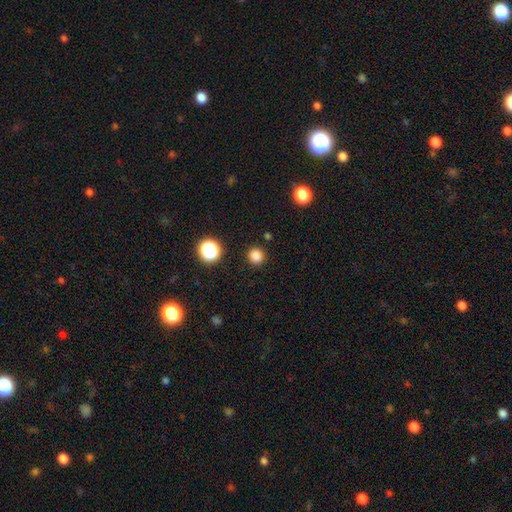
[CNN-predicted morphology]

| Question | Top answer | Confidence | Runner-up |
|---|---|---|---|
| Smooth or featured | smooth | 83% | star or artifact (14%) |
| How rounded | round | 95% | in between (4%) |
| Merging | none | 91% | minor disturbance (5%) |